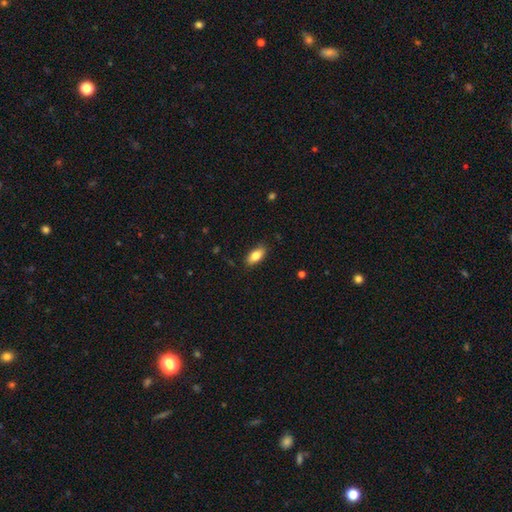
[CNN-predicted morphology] This appears to be a smooth galaxy with no disk features (82%) that is in between round and cigar-shaped (88%). Merging: none (85%).